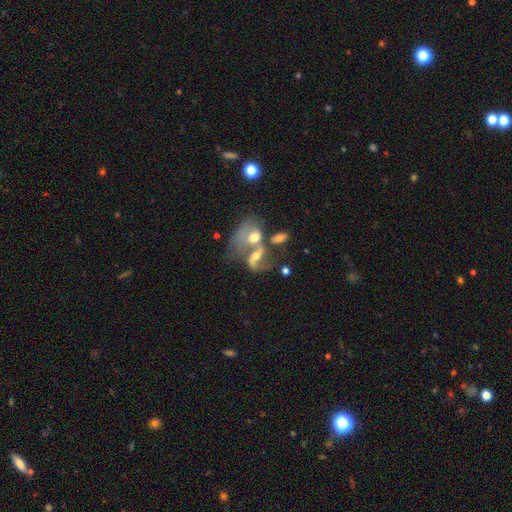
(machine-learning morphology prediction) Smooth or featured: featured or disk — 63% (smooth — 26%)
Edge-on disk: no — 95% (yes — 5%)
Bar: no — 51% (weak — 32%)
Spiral arms: yes — 65% (no — 35%)
Bulge size: moderate — 58% (small — 26%)
Merging: merger — 65% (none — 15%)